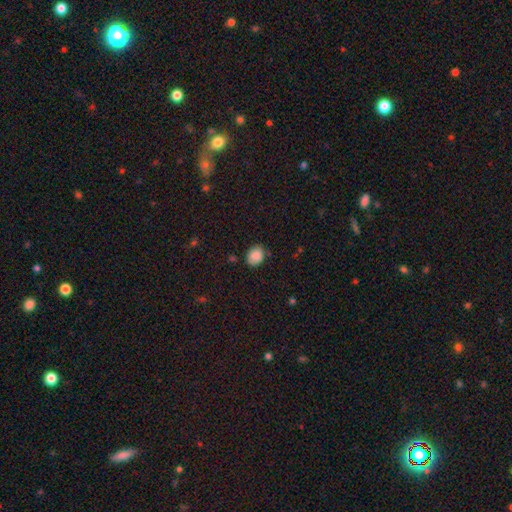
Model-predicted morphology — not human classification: The model was most divided on "how rounded": in between: 53%, round: 46%, cigar-shaped: 1%. More confident: smooth or featured — smooth (87%); merging — none (81%).